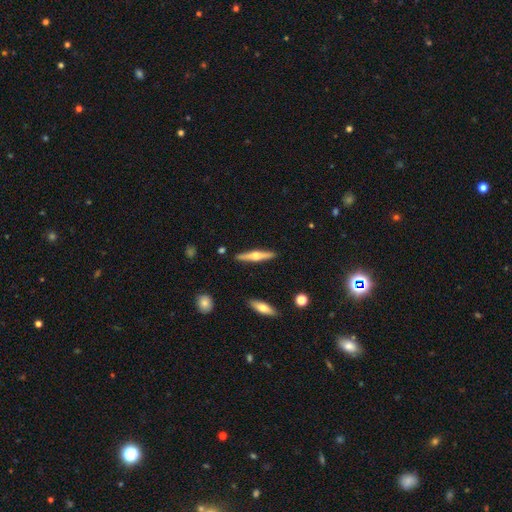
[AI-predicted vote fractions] Overall: featured or disk (65%; smooth 30%). Edge-on disk: yes (97%). Edge-on bulge: rounded (93%). Merging: none (90%).